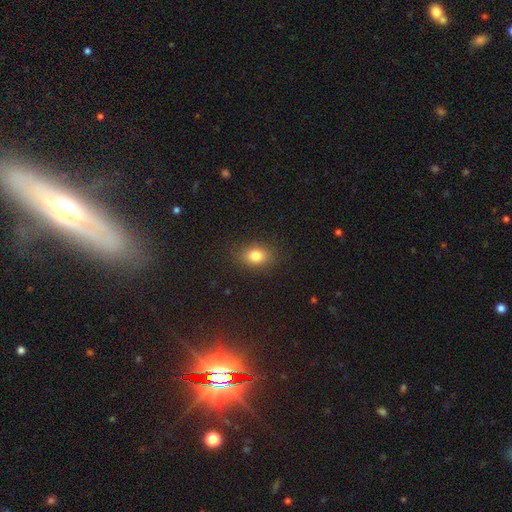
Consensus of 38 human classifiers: Overall: smooth (89%). How rounded: in between (62%; round 38%). Merging: none (86%).